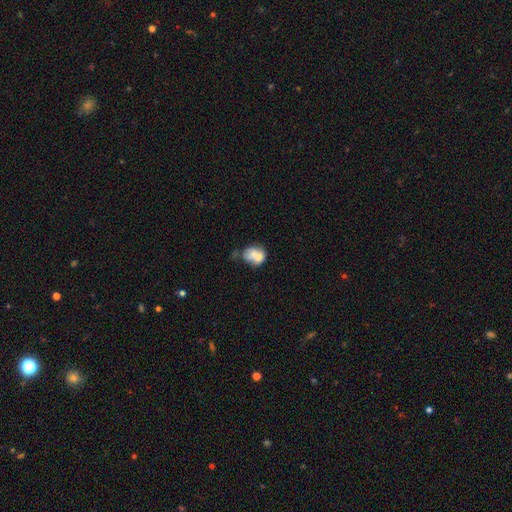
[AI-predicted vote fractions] Q: Smooth or featured?
A: smooth (67%); runner-up: featured or disk (24%)
Q: How rounded?
A: in between (55%); runner-up: round (44%)
Q: Merging?
A: merger (42%); runner-up: none (26%)